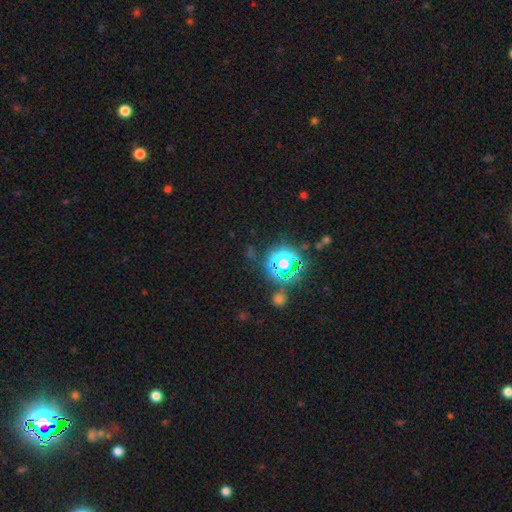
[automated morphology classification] A star or artifact, not a galaxy (71%).